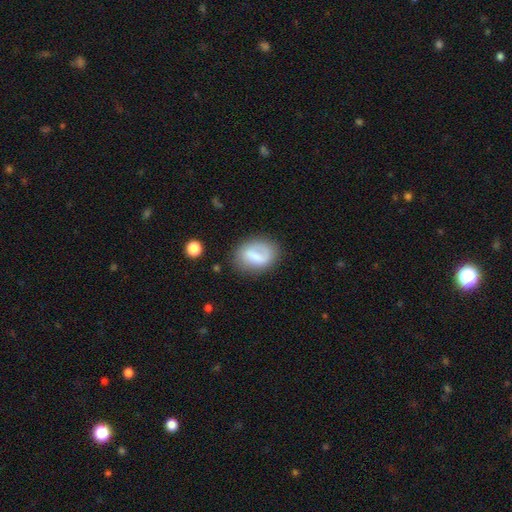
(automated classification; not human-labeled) smooth 61%, featured or disk 31%, star or artifact 8%. Down the decision tree: how rounded — in between (75%); merging — none (64%).